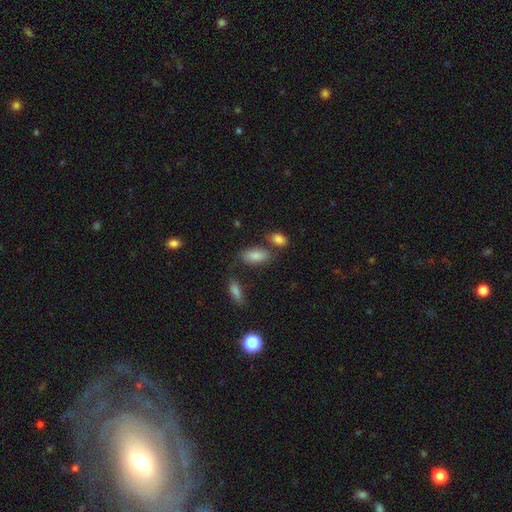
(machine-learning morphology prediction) Overall: smooth (85%). How rounded: in between (90%). Merging: none (66%).